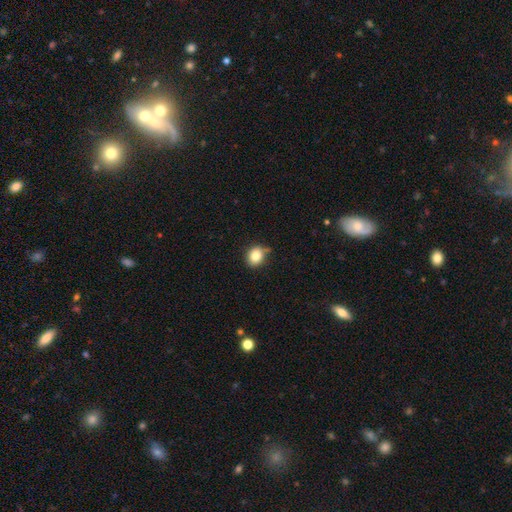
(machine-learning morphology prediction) Smooth or featured? Predicted: smooth (p=0.83). How rounded? Predicted: round (p=0.71). Merging? Predicted: none (p=0.73).